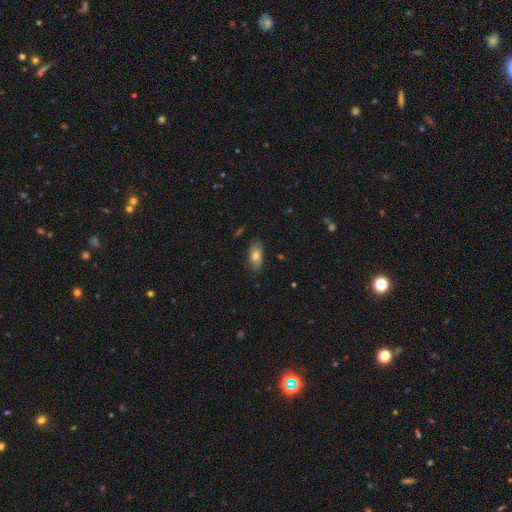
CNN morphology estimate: The model was most divided on "smooth or featured": smooth: 66%, featured or disk: 27%, star or artifact: 8%. More confident: how rounded — in between (87%); merging — none (75%).